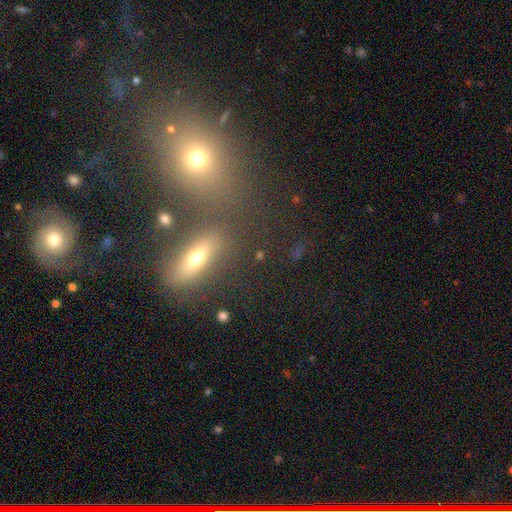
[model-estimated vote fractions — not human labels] The model was most divided on "smooth or featured": smooth: 43%, star or artifact: 30%, featured or disk: 27%. More confident: merging — none (73%).